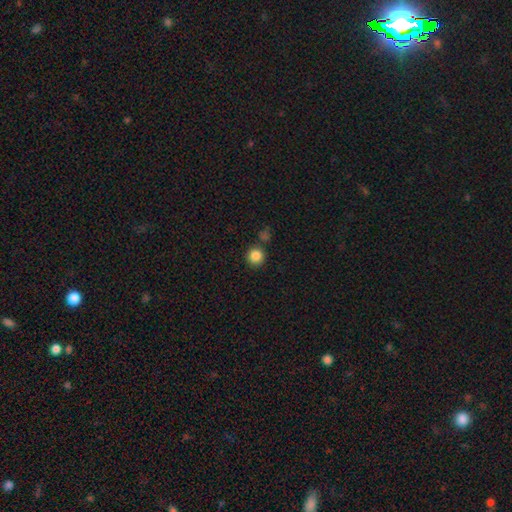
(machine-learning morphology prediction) This appears to be a smooth galaxy with no disk features (85%) that is round (94%). Merging: none (82%).